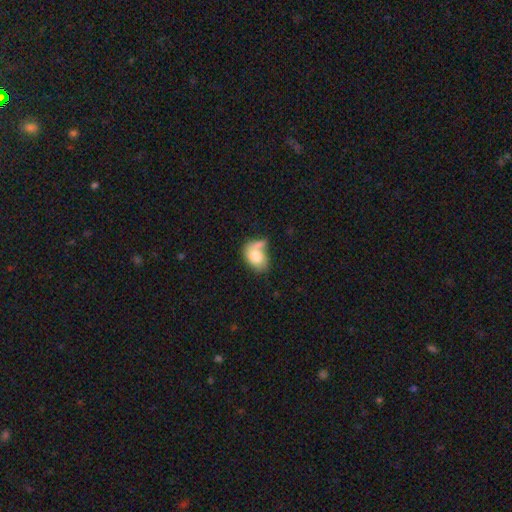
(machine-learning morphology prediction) The model was most divided on "merging": merger: 35%, none: 30%, minor disturbance: 19%, major disturbance: 16%. More confident: how rounded — in between (76%); smooth or featured — smooth (73%).